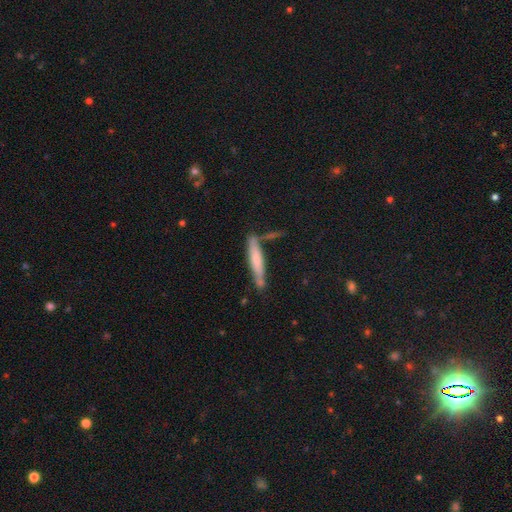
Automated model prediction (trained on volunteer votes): smooth-or-featured: smooth: 53% | featured or disk: 38% | star or artifact: 9%
  how-rounded: cigar-shaped: 90% | in between: 8% | round: 2%
  merging: none: 70% | minor disturbance: 18% | merger: 8% | major disturbance: 4%